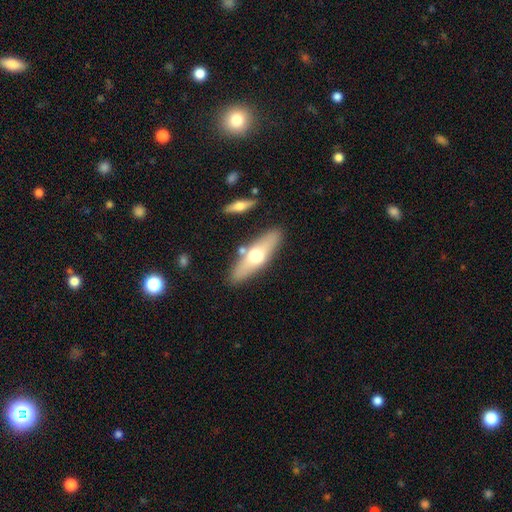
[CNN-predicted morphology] Smooth or featured?
  - smooth: 52% *
  - featured or disk: 42%
  - star or artifact: 6%
How rounded?
  - cigar-shaped: 53% *
  - in between: 44%
  - round: 3%
Merging?
  - none: 82% *
  - minor disturbance: 10%
  - merger: 6%
  - major disturbance: 3%